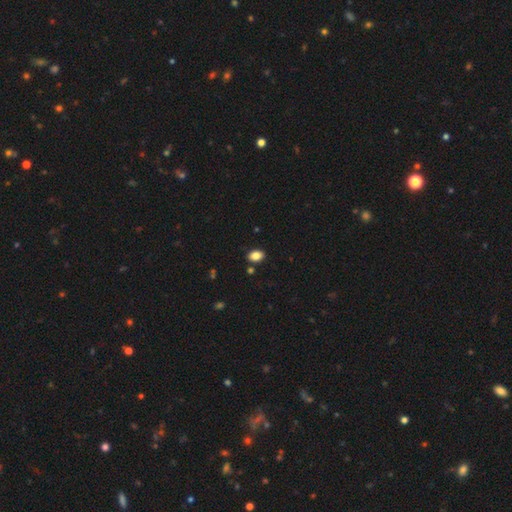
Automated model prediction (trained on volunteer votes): Smooth or featured: smooth — 85% (star or artifact — 9%)
How rounded: in between — 82% (round — 16%)
Merging: none — 86% (minor disturbance — 9%)